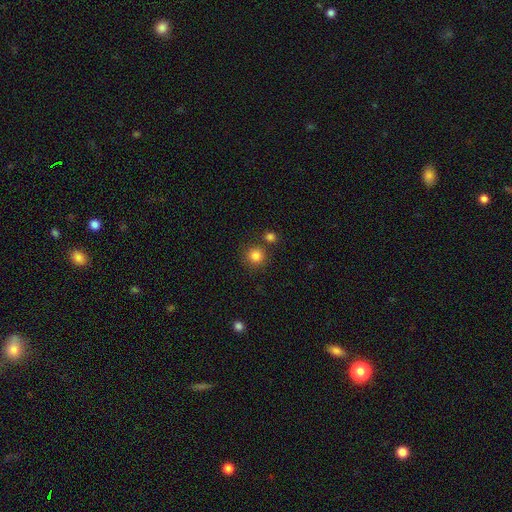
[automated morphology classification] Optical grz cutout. It shows a smooth galaxy with no disk features (83%) that is round (93%). Merging: none (79%).